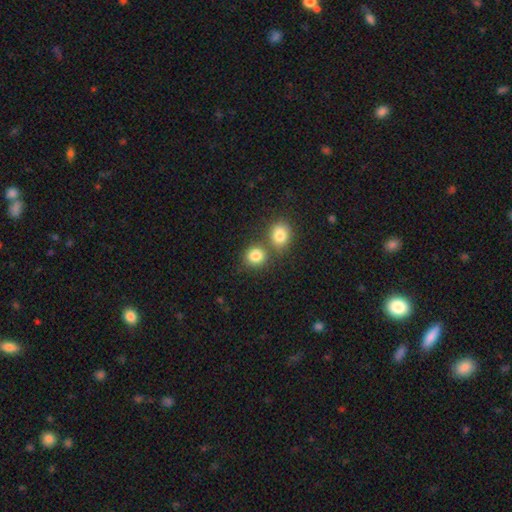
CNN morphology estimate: smooth_or_featured: smooth (p=0.83) [alt: star or artifact p=0.11]
how_rounded: round (p=0.81) [alt: in between p=0.18]
merging: none (p=0.59) [alt: merger p=0.30]